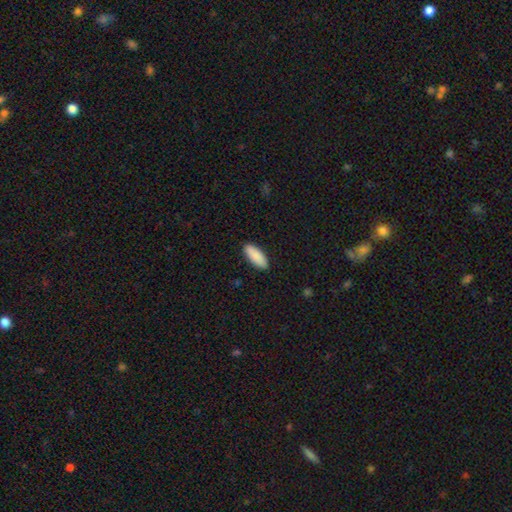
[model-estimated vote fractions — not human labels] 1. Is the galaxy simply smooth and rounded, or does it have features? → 90% smooth, 5% star or artifact, 4% featured or disk.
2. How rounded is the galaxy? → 76% in between, 22% cigar-shaped, 2% round.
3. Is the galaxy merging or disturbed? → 90% none, 8% minor disturbance, 2% major disturbance, 1% merger.